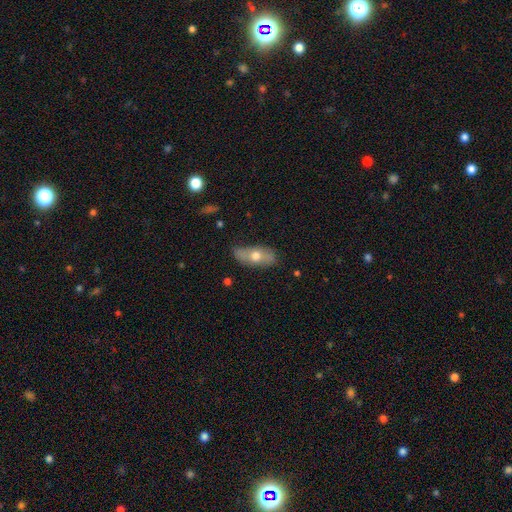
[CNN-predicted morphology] smooth-or-featured: smooth: 54% | featured or disk: 39% | star or artifact: 7%
  how-rounded: in between: 78% | cigar-shaped: 17% | round: 5%
  merging: none: 77% | minor disturbance: 18% | major disturbance: 4% | merger: 2%